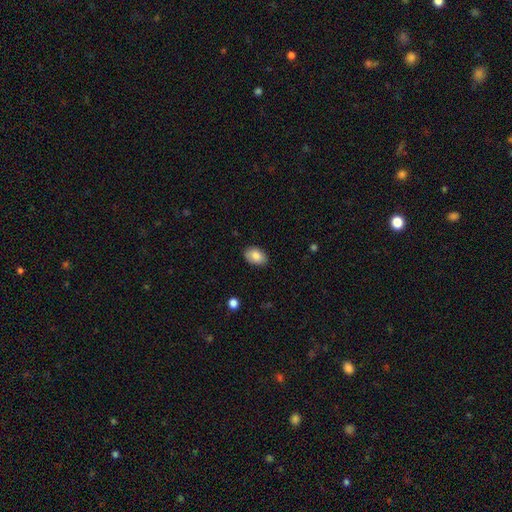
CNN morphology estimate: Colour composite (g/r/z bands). It shows a smooth galaxy with no disk features (84%) that is in between round and cigar-shaped (87%). Merging: none (86%).